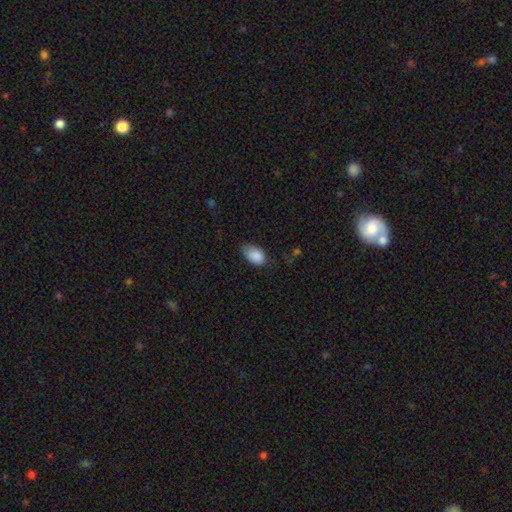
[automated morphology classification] The model was most divided on "merging": none: 60%, minor disturbance: 32%, major disturbance: 7%, merger: 1%. More confident: how rounded — in between (92%); smooth or featured — smooth (87%).